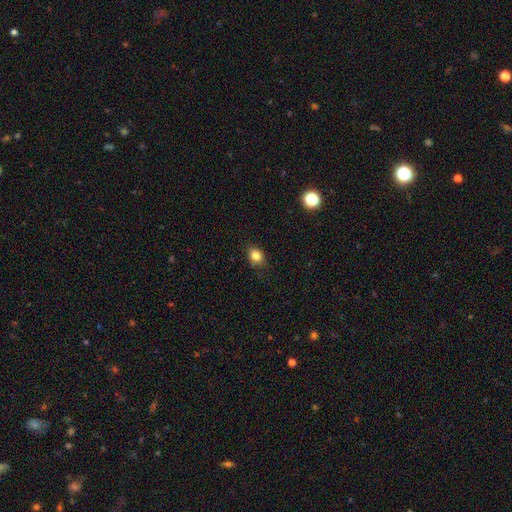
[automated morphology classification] smooth-or-featured: smooth: 83% | star or artifact: 11% | featured or disk: 6%
  how-rounded: in between: 54% | round: 45% | cigar-shaped: 1%
  merging: none: 84% | minor disturbance: 13% | major disturbance: 3% | merger: 1%